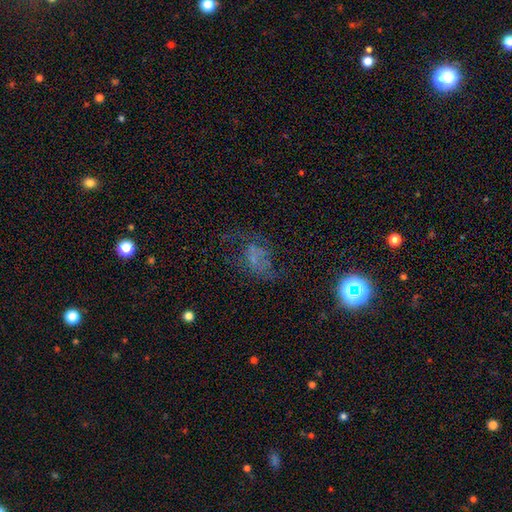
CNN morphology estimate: Smooth or featured? featured or disk (38%)
Merging? none (42%)